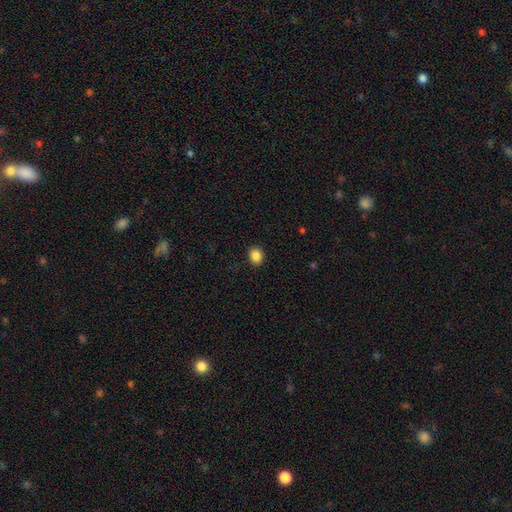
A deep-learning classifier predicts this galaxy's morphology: Smooth or featured? Predicted: smooth (p=0.87). How rounded? Predicted: round (p=0.58). Merging? Predicted: none (p=0.90).